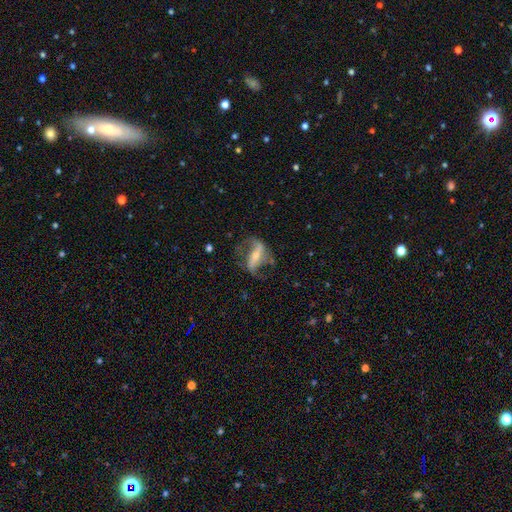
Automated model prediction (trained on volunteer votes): A featured or disk galaxy (80%) with a strong bar (61%), 2 (87%) loose (68%) spiral arms (85%) and a small central bulge (48%).

Vote fractions:
- Smooth or featured? featured or disk: 80% / smooth: 14% / star or artifact: 7%
- Edge-on disk? no: 87% / yes: 13%
- Bar? strong: 61% / weak: 23% / no: 16%
- Spiral arms? yes: 85% / no: 15%
- Spiral winding? loose: 68% / medium: 24% / tight: 8%
- Spiral arm count? 2: 87% / can't tell: 5% / 1: 5% / 3: 1% / 4: 1% / more than 4: 1%
- Bulge size? small: 48% / moderate: 44% / large: 3% / none: 3% / dominant: 1%
- Merging? none: 60% / minor disturbance: 20% / major disturbance: 18% / merger: 3%